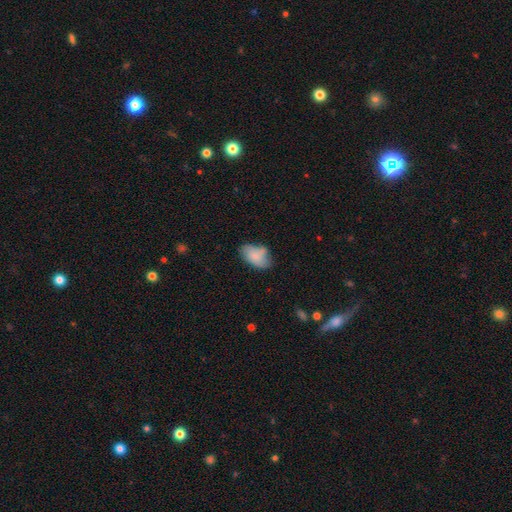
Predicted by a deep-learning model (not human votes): smooth 77%, featured or disk 16%, star or artifact 7%. Down the decision tree: how rounded — in between (91%); merging — none (51%).